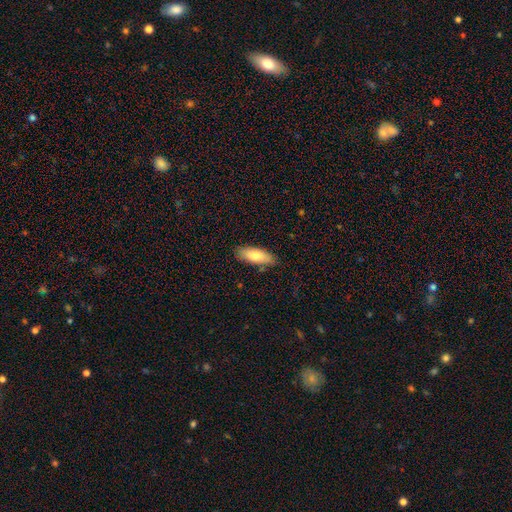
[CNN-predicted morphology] smooth-or-featured: smooth: 79% | featured or disk: 15% | star or artifact: 6%
  how-rounded: in between: 74% | cigar-shaped: 24% | round: 2%
  merging: none: 83% | minor disturbance: 13% | major disturbance: 2% | merger: 2%